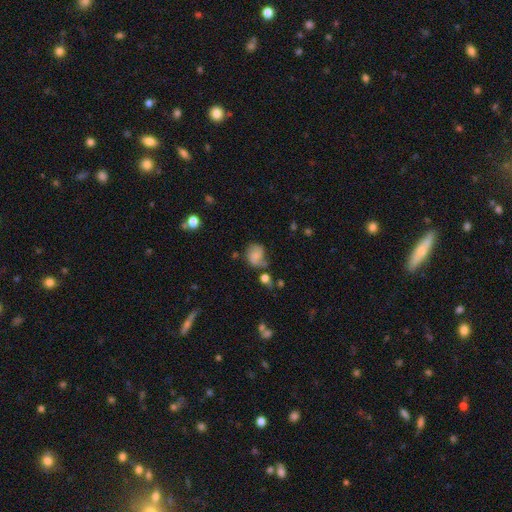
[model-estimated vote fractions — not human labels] Smooth or featured? Predicted: smooth (p=0.60). How rounded? Predicted: round (p=0.53). Merging? Predicted: none (p=0.48).